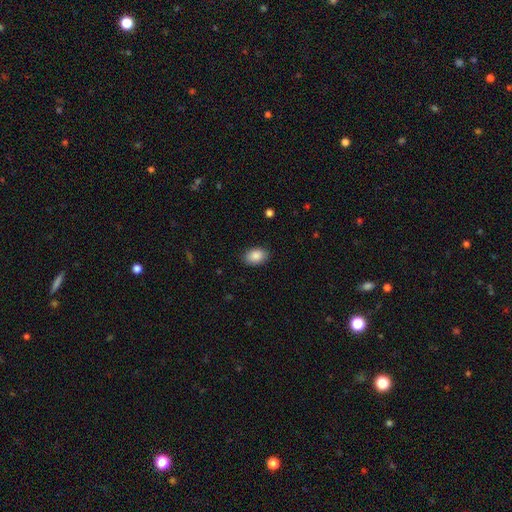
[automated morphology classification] Smooth or featured? smooth (89%)
How rounded? in between (86%)
Merging? none (88%)